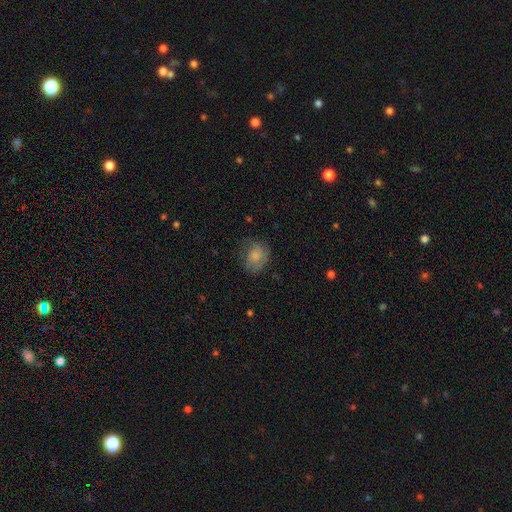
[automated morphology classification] smooth 72%, featured or disk 20%, star or artifact 8%. Down the decision tree: how rounded — round (53%); merging — none (62%).